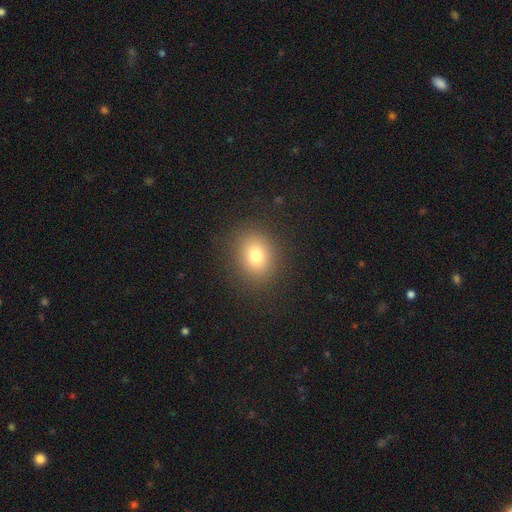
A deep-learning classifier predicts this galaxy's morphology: Smooth or featured: smooth — 77% (star or artifact — 13%)
How rounded: round — 58% (in between — 41%)
Merging: none — 88% (minor disturbance — 7%)